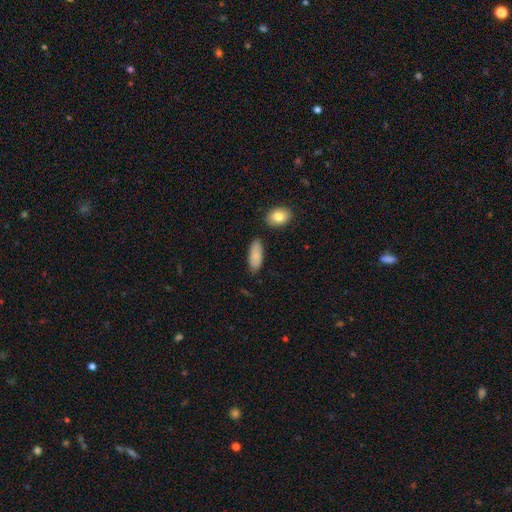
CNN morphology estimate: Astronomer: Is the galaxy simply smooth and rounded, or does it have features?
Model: smooth — 85%.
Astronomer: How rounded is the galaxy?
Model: in between — 82%.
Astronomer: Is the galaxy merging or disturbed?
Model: none — 78%.